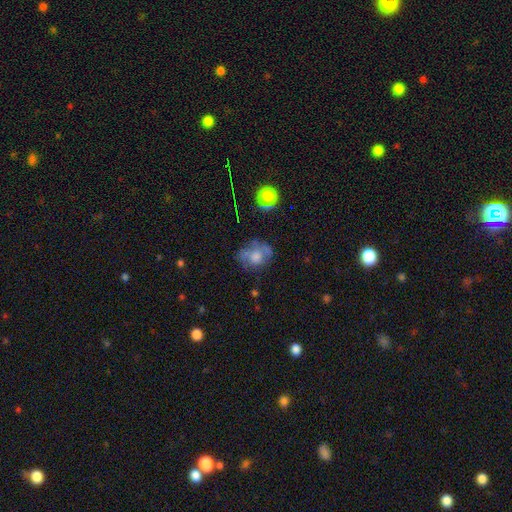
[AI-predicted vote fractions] Smooth or featured?
  - smooth: 49% *
  - featured or disk: 39%
  - star or artifact: 12%
Merging?
  - none: 53% *
  - minor disturbance: 25%
  - major disturbance: 18%
  - merger: 4%